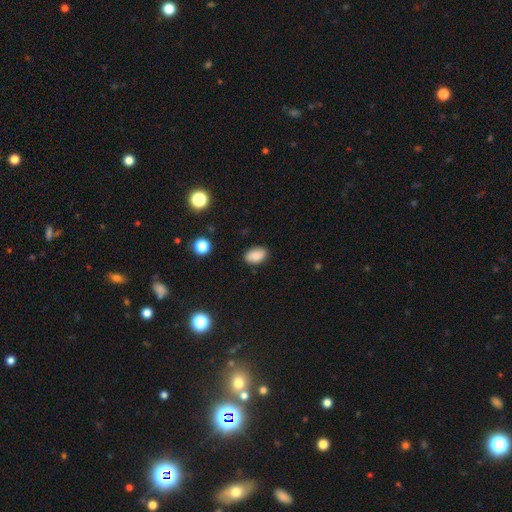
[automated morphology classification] A smooth galaxy with no disk features (87%) that is in between round and cigar-shaped (89%).

Vote fractions:
- Smooth or featured? smooth: 87% / star or artifact: 9% / featured or disk: 4%
- How rounded? in between: 89% / round: 9% / cigar-shaped: 1%
- Merging? none: 85% / minor disturbance: 11% / major disturbance: 2% / merger: 1%